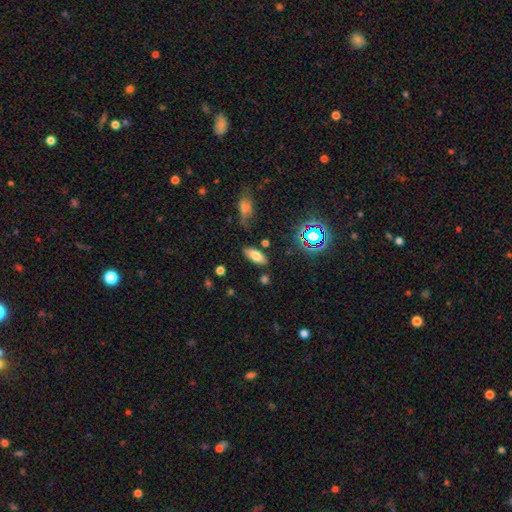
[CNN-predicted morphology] Q: Smooth or featured?
A: smooth (73%); runner-up: featured or disk (14%)
Q: How rounded?
A: in between (81%); runner-up: cigar-shaped (16%)
Q: Merging?
A: none (80%); runner-up: minor disturbance (12%)